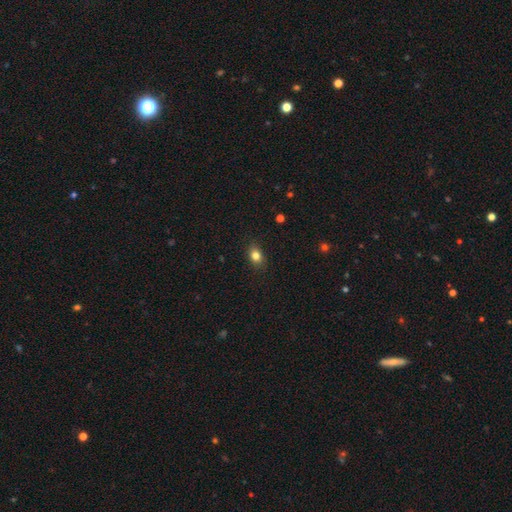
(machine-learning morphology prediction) Smooth or featured? smooth (82%)
How rounded? in between (67%)
Merging? none (85%)